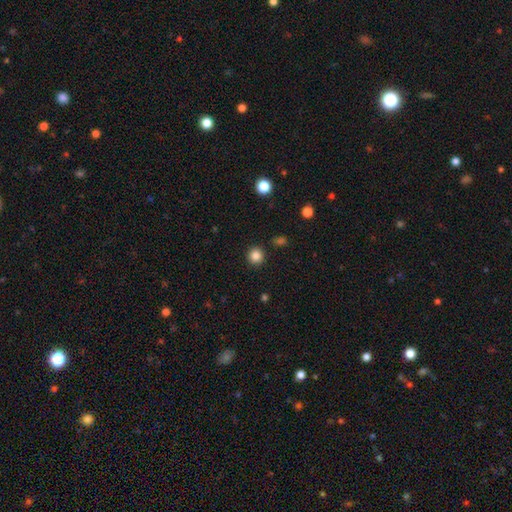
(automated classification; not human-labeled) This appears to be a smooth galaxy with no disk features (84%) that is round (93%). Merging: none (91%).